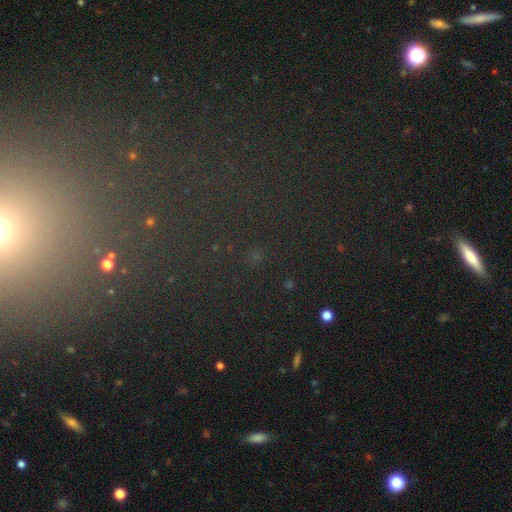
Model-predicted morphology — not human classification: type=star or artifact (74%).